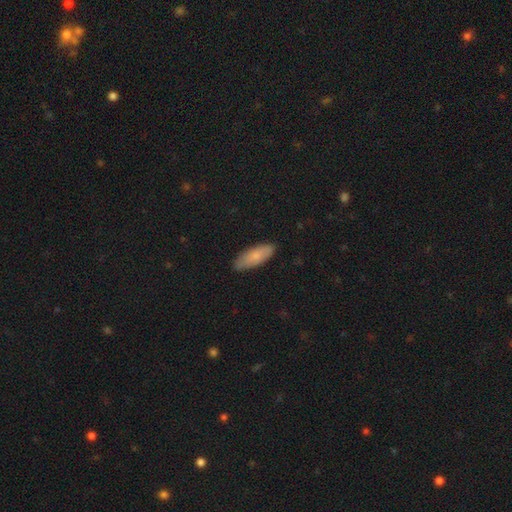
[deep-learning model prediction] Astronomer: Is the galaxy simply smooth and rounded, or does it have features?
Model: smooth — 77%.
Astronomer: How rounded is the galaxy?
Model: in between — 69%.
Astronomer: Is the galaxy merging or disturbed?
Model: none — 83%.